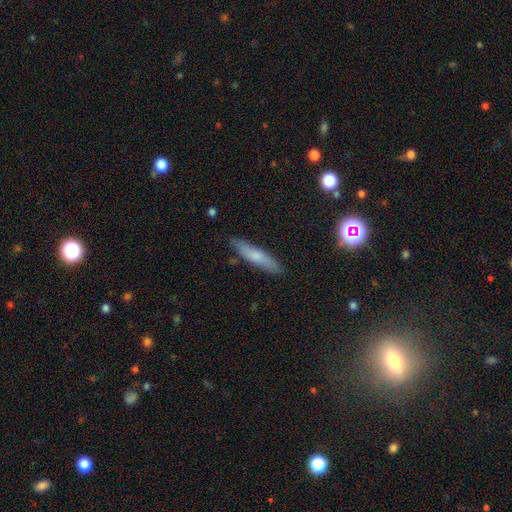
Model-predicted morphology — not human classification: Smooth or featured?
  - smooth: 66% *
  - featured or disk: 26%
  - star or artifact: 8%
How rounded?
  - cigar-shaped: 85% *
  - in between: 13%
  - round: 2%
Merging?
  - none: 86% *
  - minor disturbance: 11%
  - major disturbance: 2%
  - merger: 1%